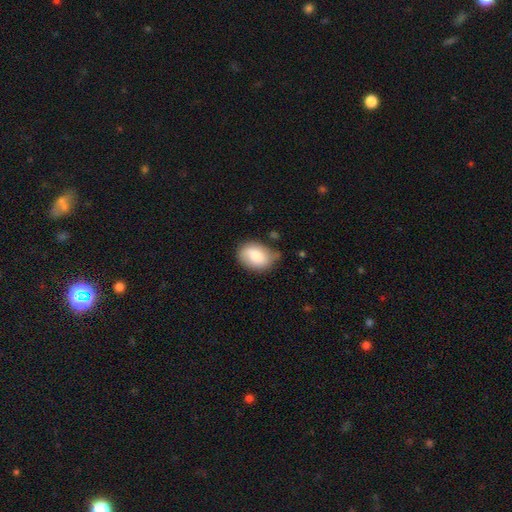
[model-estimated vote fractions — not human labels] Morphology: type=smooth (78%); roundness=in between (76%); merging=none (53%).